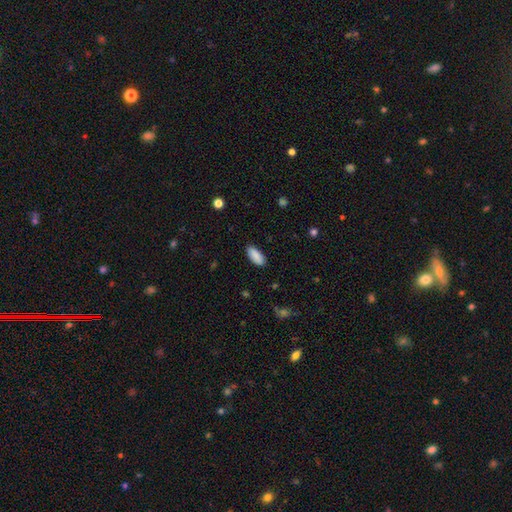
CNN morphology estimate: type=smooth (90%); roundness=in between (86%); merging=none (88%).